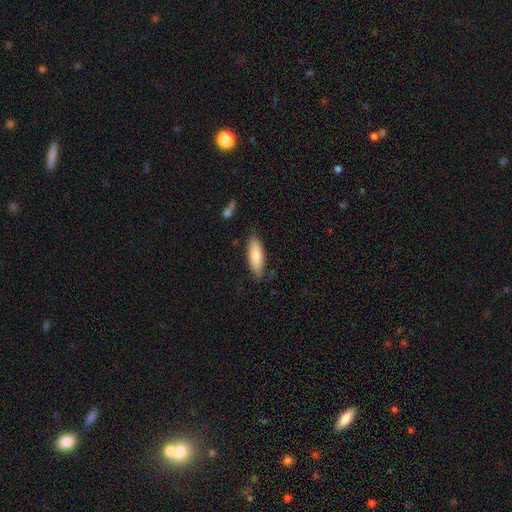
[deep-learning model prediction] Smooth or featured? Predicted: smooth (p=0.82). How rounded? Predicted: in between (p=0.62). Merging? Predicted: none (p=0.79).